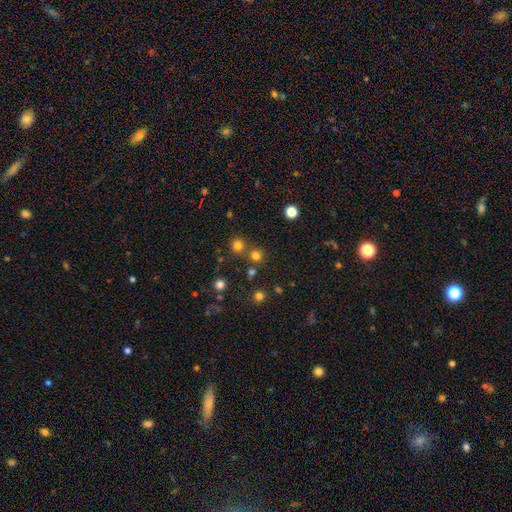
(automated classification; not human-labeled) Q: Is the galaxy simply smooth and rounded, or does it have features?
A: smooth — 73%.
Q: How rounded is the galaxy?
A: round — 92%.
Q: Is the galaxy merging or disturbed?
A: none — 73%.